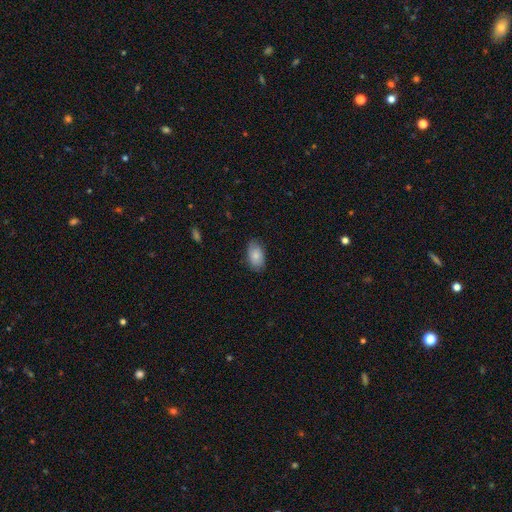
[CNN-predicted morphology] Smooth or featured?
  - smooth: 85% *
  - featured or disk: 9%
  - star or artifact: 7%
How rounded?
  - in between: 92% *
  - round: 6%
  - cigar-shaped: 2%
Merging?
  - none: 83% *
  - minor disturbance: 13%
  - major disturbance: 3%
  - merger: 1%